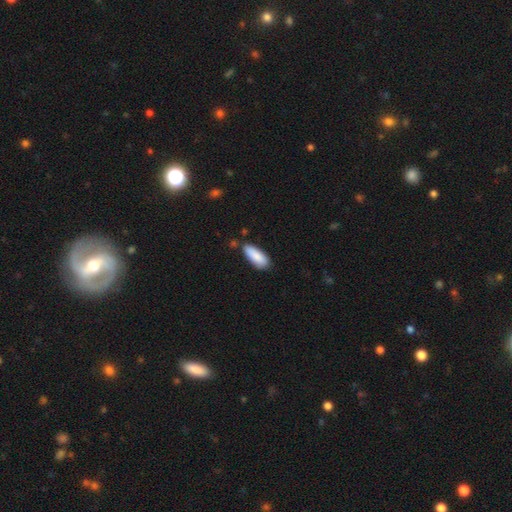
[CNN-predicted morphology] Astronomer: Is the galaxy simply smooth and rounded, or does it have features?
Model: smooth — 88%.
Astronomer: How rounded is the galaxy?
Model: in between — 74%.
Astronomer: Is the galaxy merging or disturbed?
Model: none — 75%.